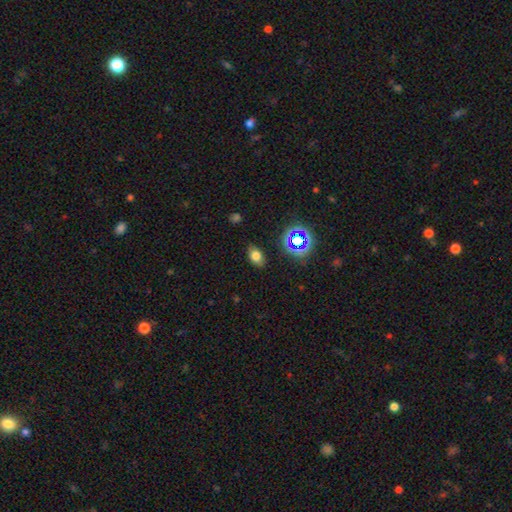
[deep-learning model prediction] A smooth galaxy with no disk features (71%) that is in between round and cigar-shaped (83%). Merging: none (83%).